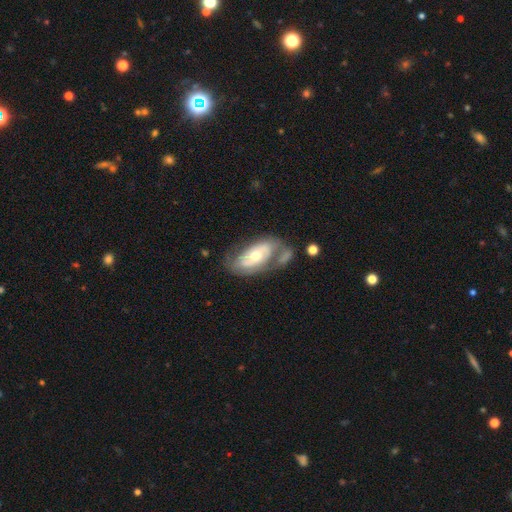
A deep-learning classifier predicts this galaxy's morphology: This appears to be a featured or disk galaxy (59%) with no bar (76%), spiral arms (51%) and a moderate central bulge (66%). Merging: none (38%).